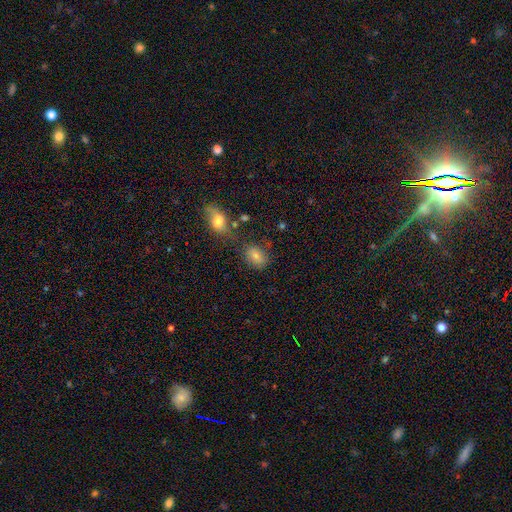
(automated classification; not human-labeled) Smooth or featured: smooth — 71% (star or artifact — 16%)
How rounded: in between — 71% (round — 27%)
Merging: none — 63% (minor disturbance — 18%)